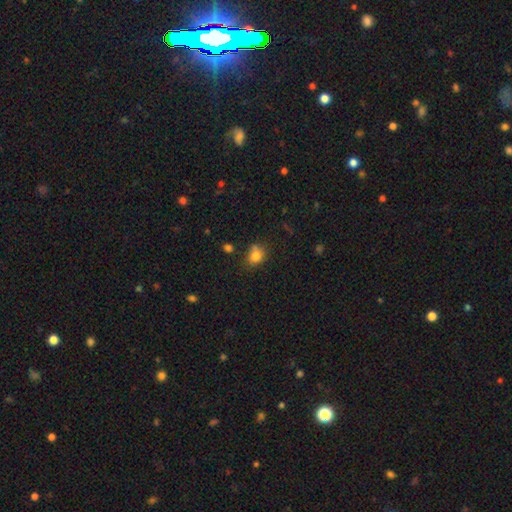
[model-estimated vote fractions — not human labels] Q: Smooth or featured?
A: smooth (81%); runner-up: star or artifact (11%)
Q: How rounded?
A: round (53%); runner-up: in between (46%)
Q: Merging?
A: none (57%); runner-up: minor disturbance (25%)